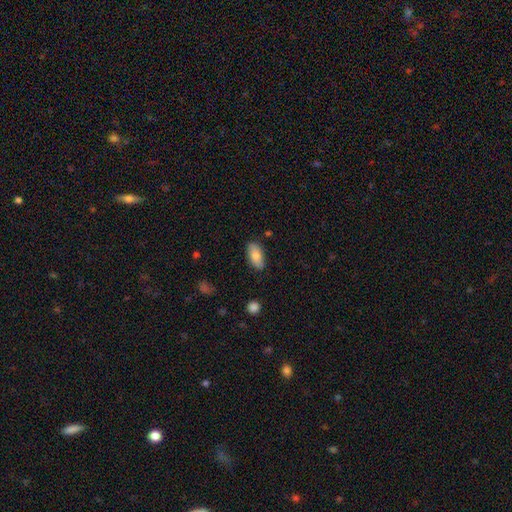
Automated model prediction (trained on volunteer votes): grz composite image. It shows a smooth galaxy with no disk features (81%) that is in between round and cigar-shaped (89%). Merging: none (83%).